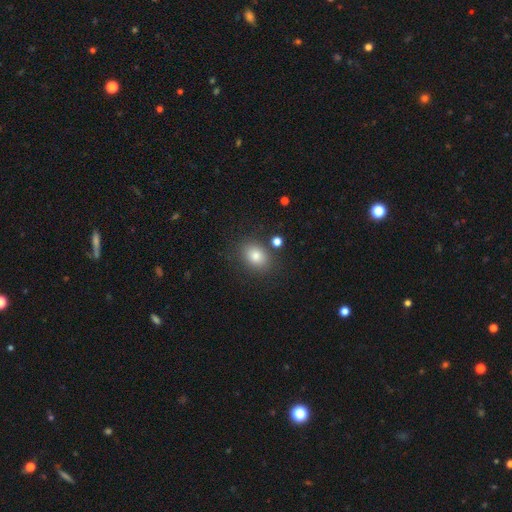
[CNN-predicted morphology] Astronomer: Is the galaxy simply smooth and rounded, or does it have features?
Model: smooth — 81%.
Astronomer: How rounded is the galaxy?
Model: in between — 63%.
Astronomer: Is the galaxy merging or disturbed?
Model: none — 81%.